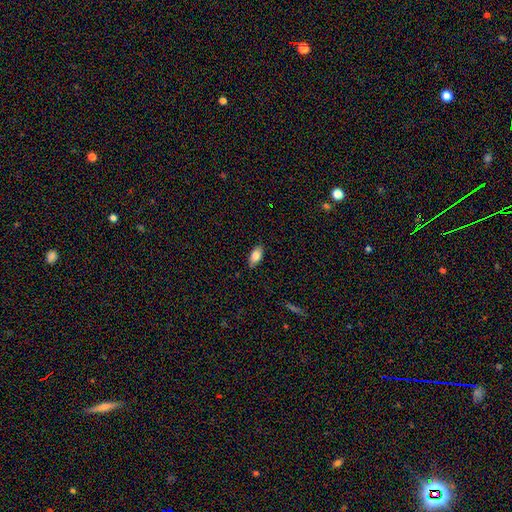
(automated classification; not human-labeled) Smooth or featured?
  - smooth: 83% *
  - featured or disk: 10%
  - star or artifact: 7%
How rounded?
  - in between: 91% *
  - cigar-shaped: 6%
  - round: 3%
Merging?
  - none: 85% *
  - minor disturbance: 12%
  - major disturbance: 2%
  - merger: 1%